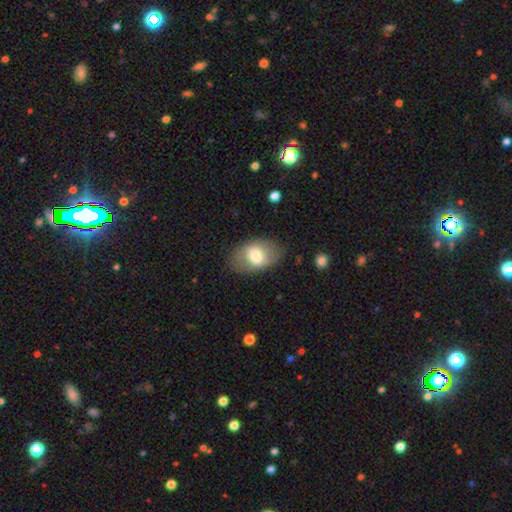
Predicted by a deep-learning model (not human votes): smooth_or_featured: smooth (p=0.68) [alt: featured or disk p=0.25]
how_rounded: in between (p=0.87) [alt: round p=0.11]
merging: none (p=0.78) [alt: minor disturbance p=0.15]